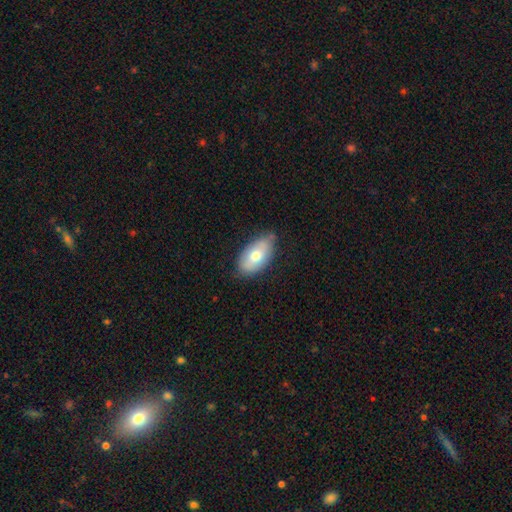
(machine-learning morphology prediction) smooth-or-featured: smooth: 69% | featured or disk: 25% | star or artifact: 7%
  how-rounded: in between: 93% | round: 4% | cigar-shaped: 3%
  merging: none: 71% | minor disturbance: 24% | major disturbance: 4% | merger: 2%